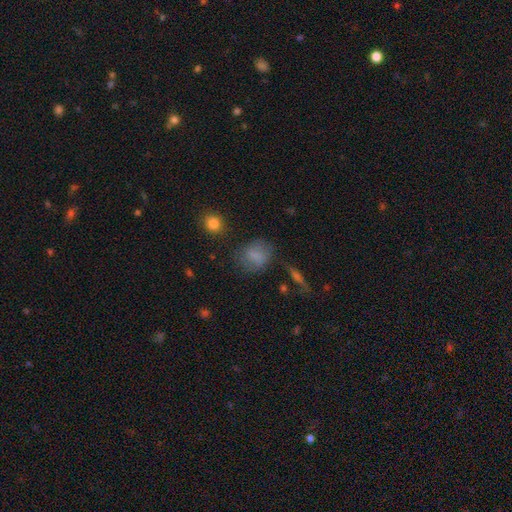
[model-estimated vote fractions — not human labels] Q: Smooth or featured?
A: smooth (73%); runner-up: featured or disk (15%)
Q: How rounded?
A: round (51%); runner-up: in between (47%)
Q: Merging?
A: none (64%); runner-up: minor disturbance (22%)